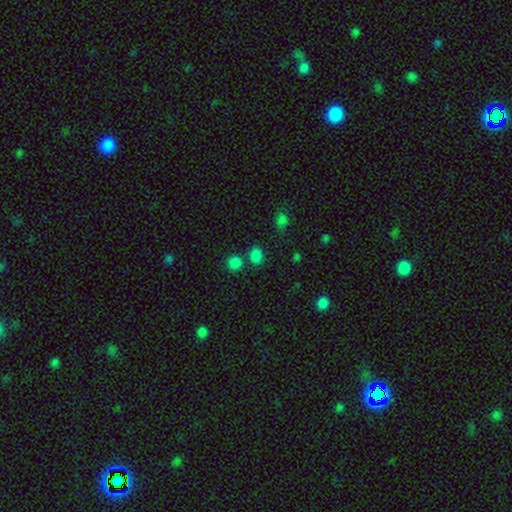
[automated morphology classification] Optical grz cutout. It shows a smooth galaxy with no disk features (80%) that is round (52%). Merging: none (70%).